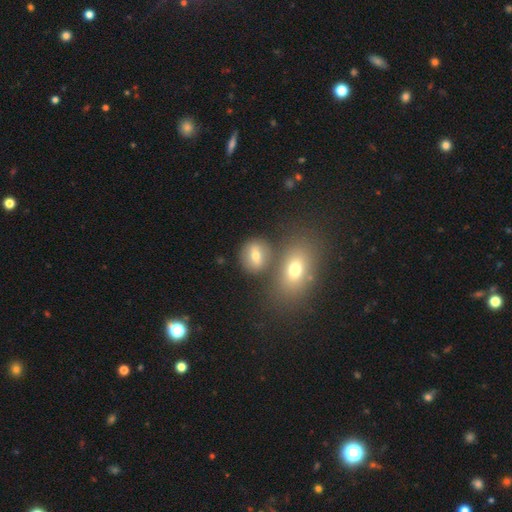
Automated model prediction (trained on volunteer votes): Smooth or featured: smooth — 66% (featured or disk — 22%)
How rounded: in between — 50% (round — 47%)
Merging: none — 66% (merger — 18%)